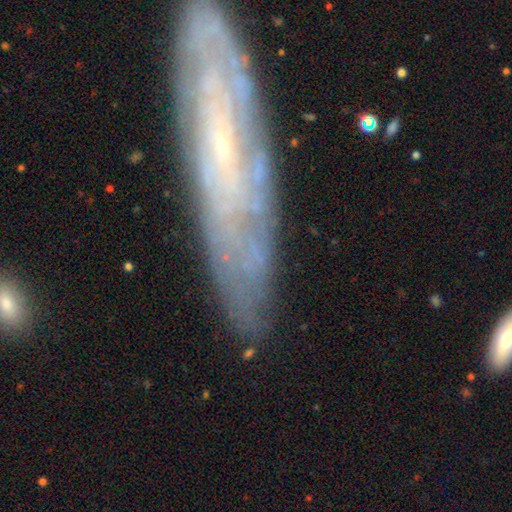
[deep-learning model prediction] The model was most divided on "smooth or featured": featured or disk: 55%, smooth: 27%, star or artifact: 18%. More confident: merging — none (72%); edge-on disk — no (68%).